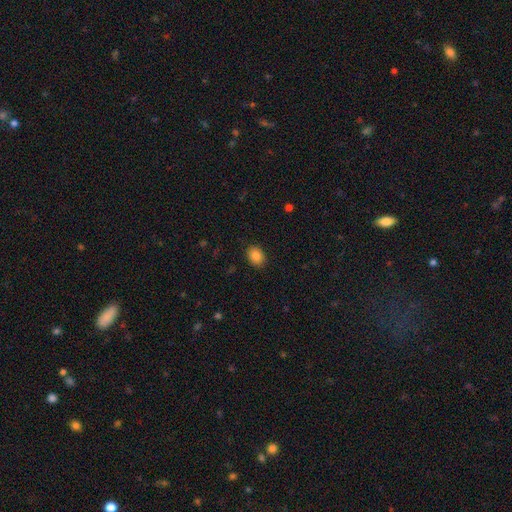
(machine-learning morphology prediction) smooth-or-featured: smooth: 87% | star or artifact: 9% | featured or disk: 5%
  how-rounded: in between: 65% | round: 34% | cigar-shaped: 1%
  merging: none: 88% | minor disturbance: 8% | major disturbance: 2% | merger: 1%